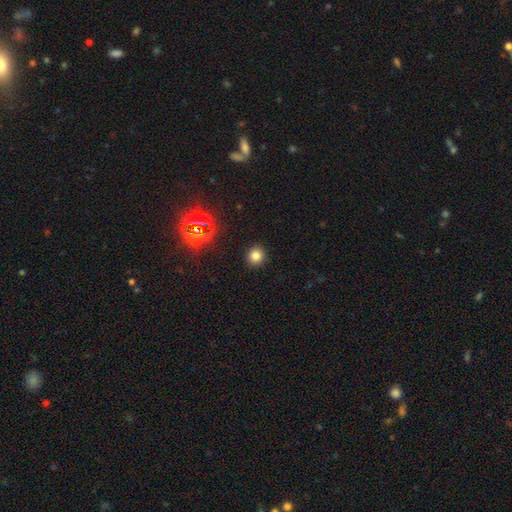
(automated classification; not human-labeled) smooth_or_featured: smooth (p=0.77) [alt: star or artifact p=0.18]
how_rounded: round (p=0.88) [alt: in between p=0.11]
merging: none (p=0.92) [alt: minor disturbance p=0.05]